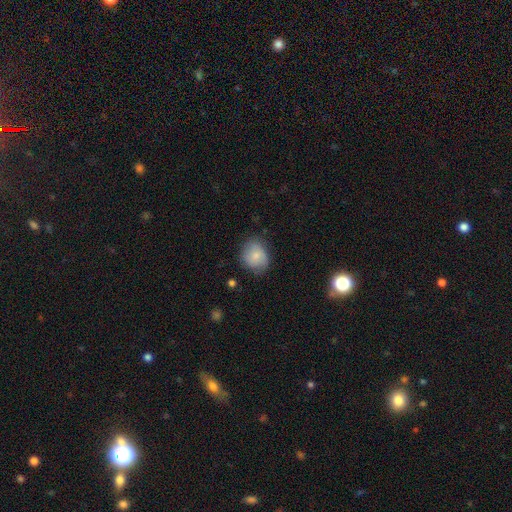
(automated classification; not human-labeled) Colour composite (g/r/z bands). It shows a smooth galaxy with no disk features (77%) that is round (67%). Merging: none (66%).